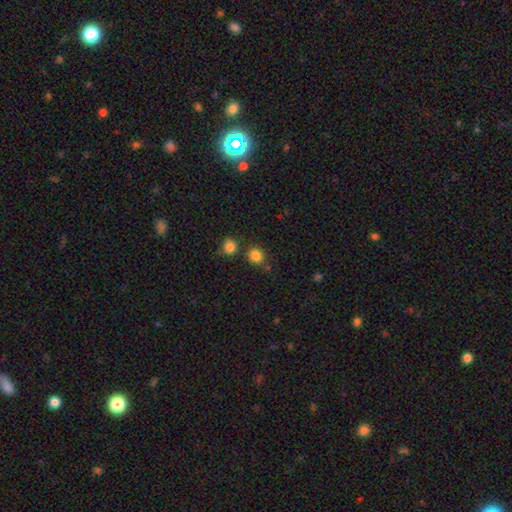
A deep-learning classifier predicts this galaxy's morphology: Smooth or featured: smooth — 83% (star or artifact — 12%)
How rounded: round — 80% (in between — 19%)
Merging: none — 75% (merger — 12%)